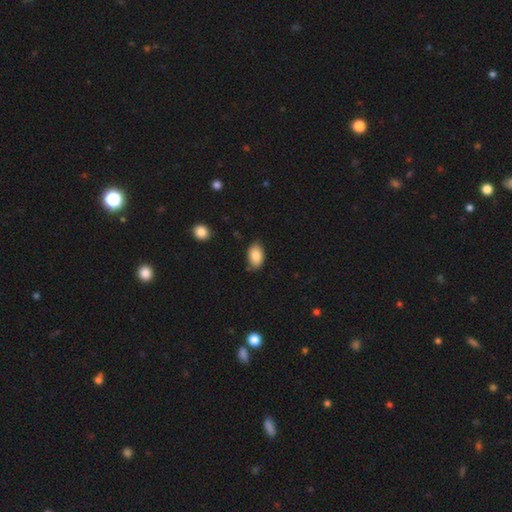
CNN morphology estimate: Overall: smooth (87%). How rounded: in between (92%). Merging: none (79%).